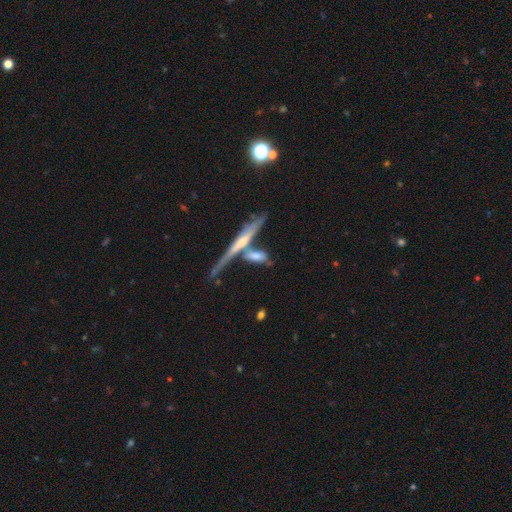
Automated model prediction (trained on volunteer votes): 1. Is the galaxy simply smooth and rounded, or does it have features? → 49% featured or disk, 44% smooth, 8% star or artifact.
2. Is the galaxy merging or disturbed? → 42% none, 37% merger, 14% minor disturbance, 6% major disturbance.